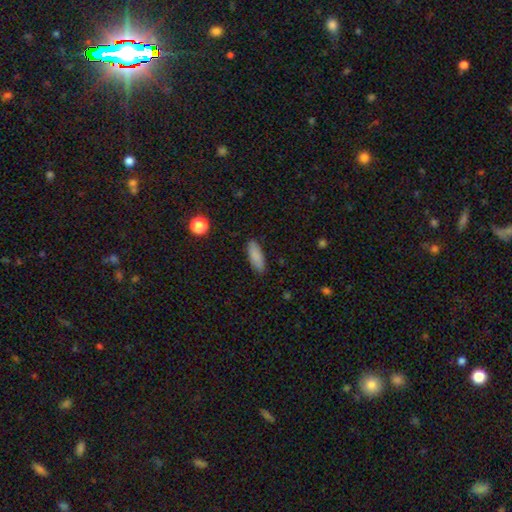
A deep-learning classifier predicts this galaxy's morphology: smooth 87%, star or artifact 7%, featured or disk 6%. Down the decision tree: how rounded — in between (70%); merging — none (87%).